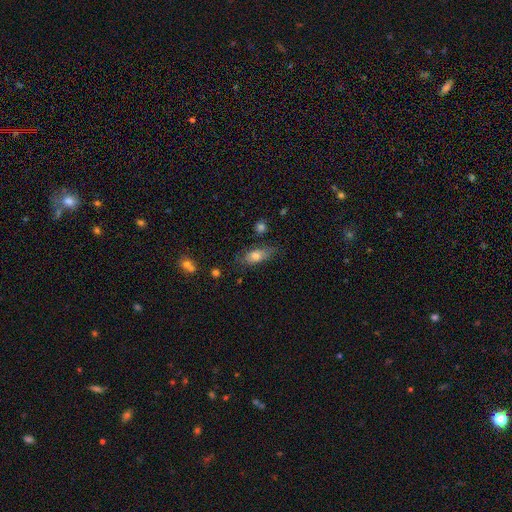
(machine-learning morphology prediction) A smooth galaxy with no disk features (70%) that is in between round and cigar-shaped (78%). Merging: none (62%).